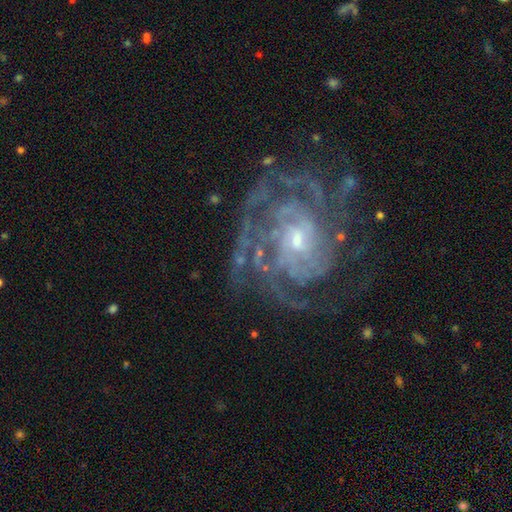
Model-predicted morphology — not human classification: Q: Smooth or featured?
A: featured or disk (89%); runner-up: star or artifact (6%)
Q: Edge-on disk?
A: no (97%); runner-up: yes (3%)
Q: Bar?
A: no (61%); runner-up: weak (30%)
Q: Spiral arms?
A: yes (96%); runner-up: no (4%)
Q: Spiral winding?
A: tight (70%); runner-up: medium (25%)
Q: Spiral arm count?
A: can't tell (30%); runner-up: 4 (18%)
Q: Bulge size?
A: small (67%); runner-up: moderate (28%)
Q: Merging?
A: none (69%); runner-up: minor disturbance (17%)